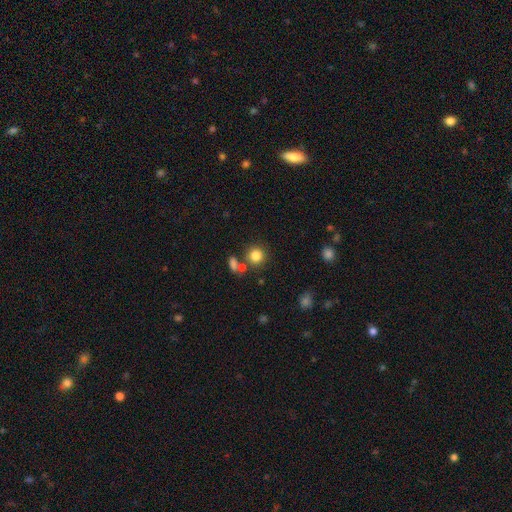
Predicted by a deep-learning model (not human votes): A smooth galaxy with no disk features (82%) that is round (90%).

Vote fractions:
- Smooth or featured? smooth: 82% / star or artifact: 12% / featured or disk: 7%
- How rounded? round: 90% / in between: 9% / cigar-shaped: 1%
- Merging? none: 73% / merger: 14% / minor disturbance: 9% / major disturbance: 4%